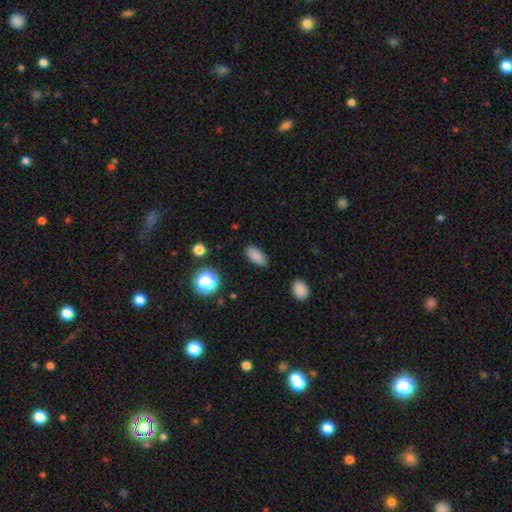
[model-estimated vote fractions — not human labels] smooth-or-featured: smooth: 85% | star or artifact: 11% | featured or disk: 5%
  how-rounded: in between: 88% | cigar-shaped: 7% | round: 5%
  merging: none: 85% | minor disturbance: 11% | major disturbance: 3% | merger: 1%